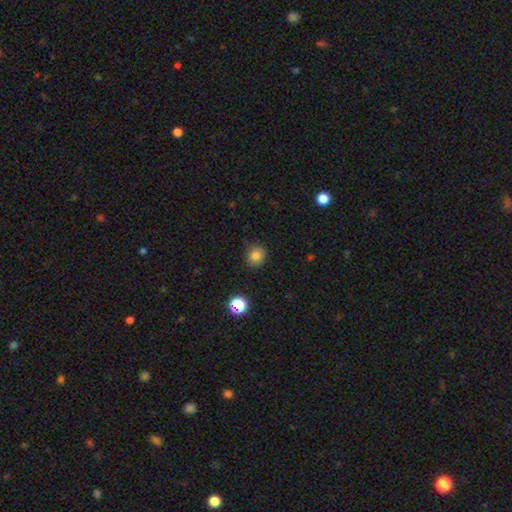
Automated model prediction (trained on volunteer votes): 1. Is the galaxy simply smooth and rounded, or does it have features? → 80% smooth, 13% star or artifact, 7% featured or disk.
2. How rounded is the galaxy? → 82% round, 18% in between, 1% cigar-shaped.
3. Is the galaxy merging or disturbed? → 82% none, 13% minor disturbance, 3% major disturbance, 1% merger.